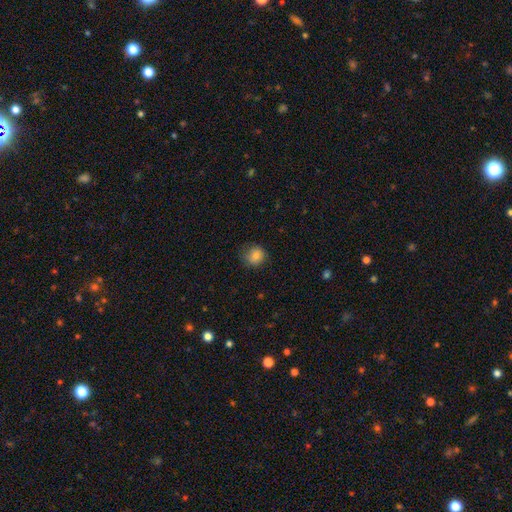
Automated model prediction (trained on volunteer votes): smooth-or-featured: smooth: 83% | star or artifact: 9% | featured or disk: 8%
  how-rounded: round: 84% | in between: 15% | cigar-shaped: 1%
  merging: none: 75% | minor disturbance: 19% | major disturbance: 5% | merger: 1%